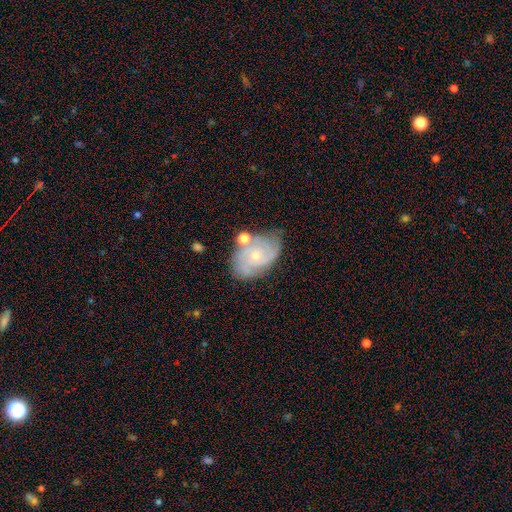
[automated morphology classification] smooth_or_featured: featured or disk (p=0.76) [alt: smooth p=0.17]
disk_edge_on: no (p=0.97) [alt: yes p=0.03]
bar: no (p=0.75) [alt: weak p=0.22]
has_spiral_arms: yes (p=0.93) [alt: no p=0.07]
spiral_winding: tight (p=0.58) [alt: medium p=0.33]
spiral_arm_count: 2 (p=0.33) [alt: can't tell p=0.26]
bulge_size: small (p=0.66) [alt: moderate p=0.30]
merging: none (p=0.61) [alt: minor disturbance p=0.22]